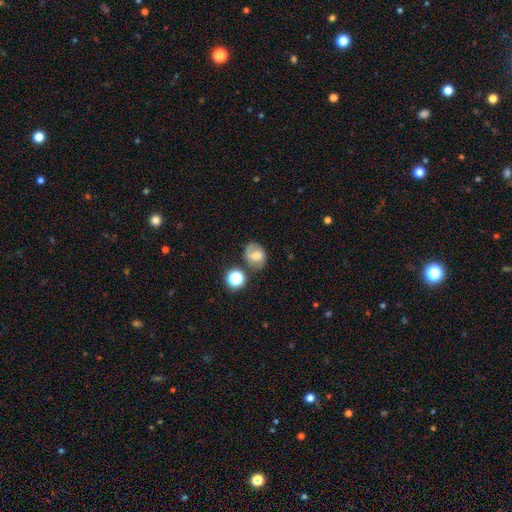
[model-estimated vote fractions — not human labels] smooth 52%, featured or disk 36%, star or artifact 13%. Down the decision tree: how rounded — round (55%); merging — none (64%).